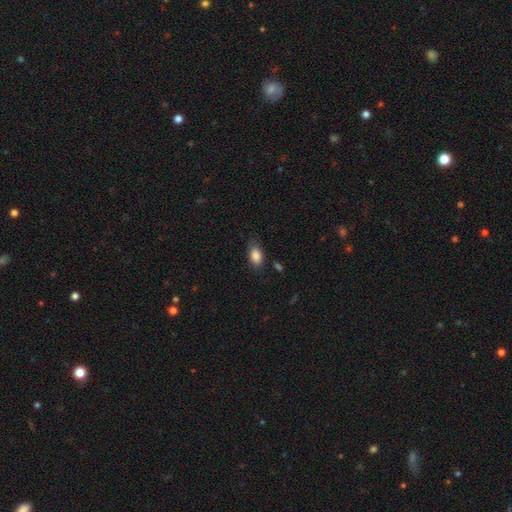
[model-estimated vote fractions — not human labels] smooth-or-featured: smooth: 86% | star or artifact: 8% | featured or disk: 7%
  how-rounded: in between: 89% | round: 6% | cigar-shaped: 5%
  merging: none: 74% | minor disturbance: 19% | major disturbance: 4% | merger: 2%